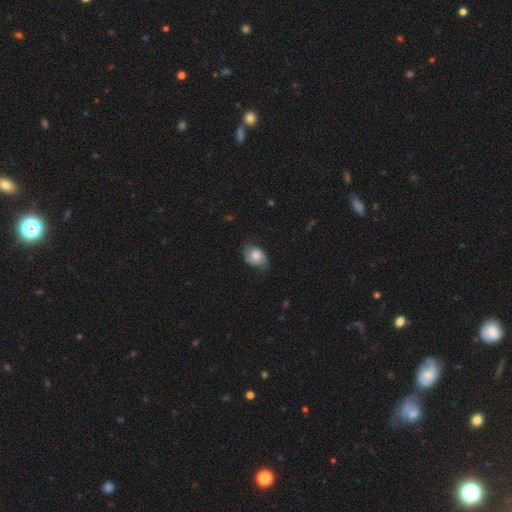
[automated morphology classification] The model was most divided on "smooth or featured": smooth: 53%, featured or disk: 40%, star or artifact: 8%. More confident: how rounded — in between (73%); merging — none (57%).